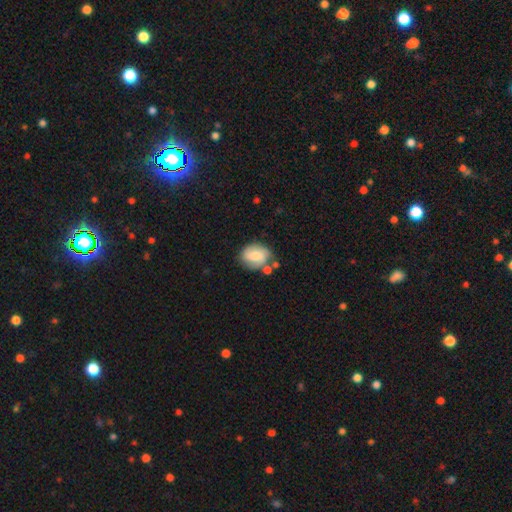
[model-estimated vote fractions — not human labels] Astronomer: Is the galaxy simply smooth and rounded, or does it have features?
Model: smooth — 51% (runner-up: featured or disk, 41%).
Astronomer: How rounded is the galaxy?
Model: in between — 52% (runner-up: round, 47%).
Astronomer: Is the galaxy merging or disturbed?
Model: none — 57%.